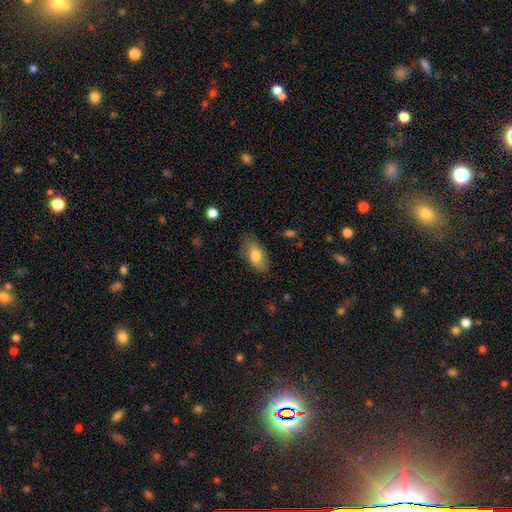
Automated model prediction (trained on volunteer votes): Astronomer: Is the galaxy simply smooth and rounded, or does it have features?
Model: smooth — 75%.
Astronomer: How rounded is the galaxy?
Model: in between — 90%.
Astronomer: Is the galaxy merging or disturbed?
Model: none — 77%.